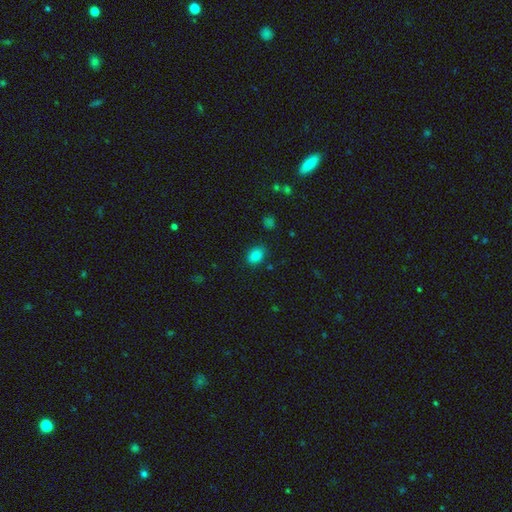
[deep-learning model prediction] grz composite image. It shows a smooth galaxy with no disk features (84%) that is in between round and cigar-shaped (73%). Merging: none (81%).